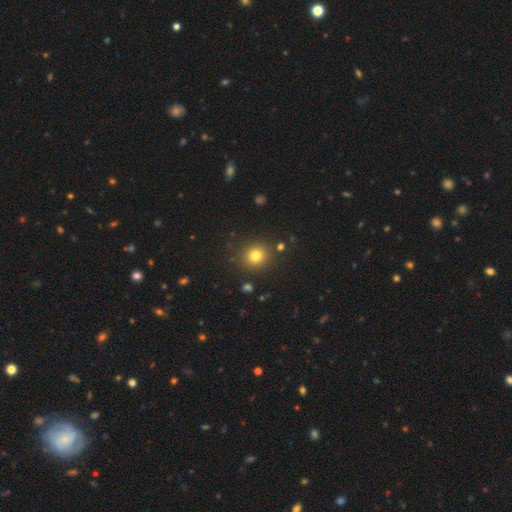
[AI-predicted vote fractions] smooth 79%, star or artifact 14%, featured or disk 7%. Down the decision tree: how rounded — round (88%); merging — none (87%).